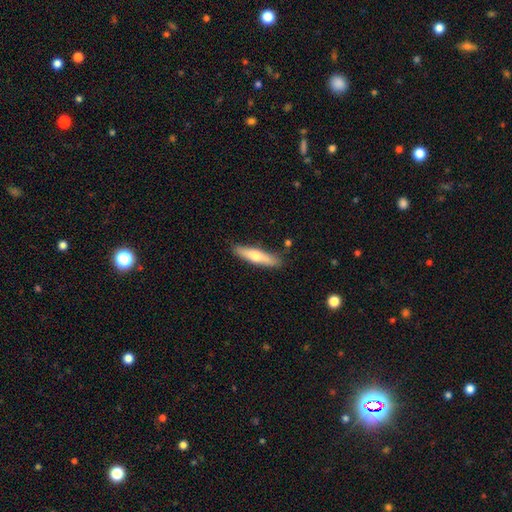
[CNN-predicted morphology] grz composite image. It shows a smooth galaxy with no disk features (56%) that is cigar-shaped (82%). Merging: none (86%).